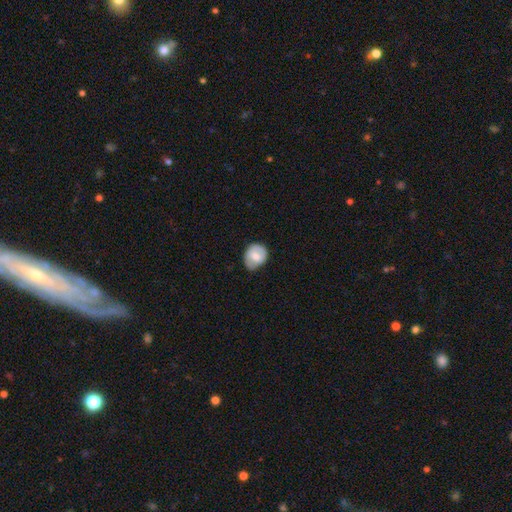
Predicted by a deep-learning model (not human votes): A smooth galaxy with no disk features (57%) that is round (64%).

Vote fractions:
- Smooth or featured? smooth: 57% / featured or disk: 36% / star or artifact: 6%
- How rounded? round: 64% / in between: 35% / cigar-shaped: 1%
- Merging? none: 67% / minor disturbance: 26% / major disturbance: 6% / merger: 1%